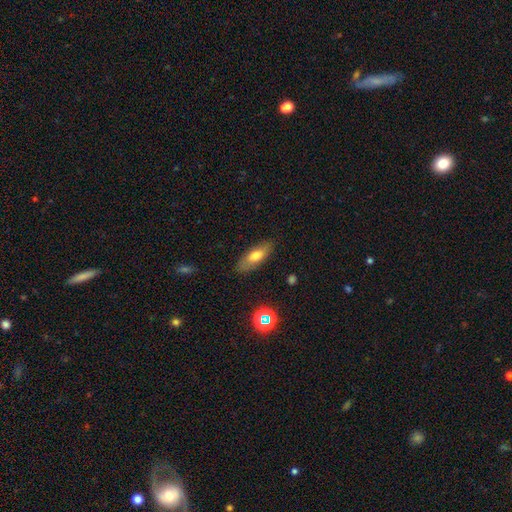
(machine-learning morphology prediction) This is likely a smooth galaxy (68%). How rounded: likely in between (68%). Merging: clearly none (84%).